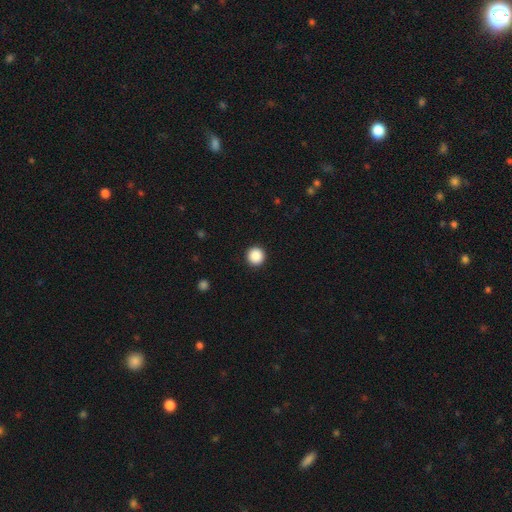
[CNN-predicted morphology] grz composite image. It shows a smooth galaxy with no disk features (89%) that is round (96%). Merging: none (93%).